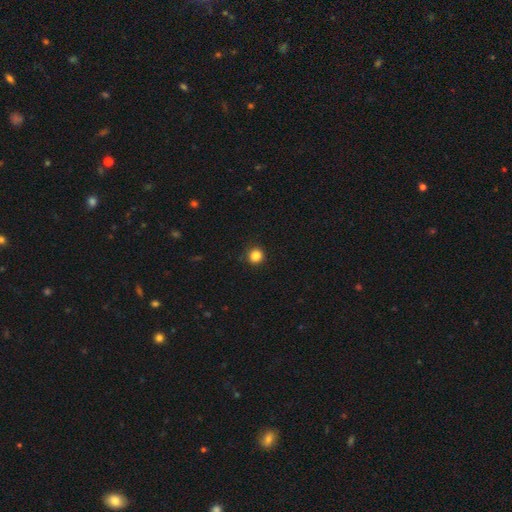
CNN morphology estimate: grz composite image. It shows a smooth galaxy with no disk features (86%) that is round (90%). Merging: none (89%).